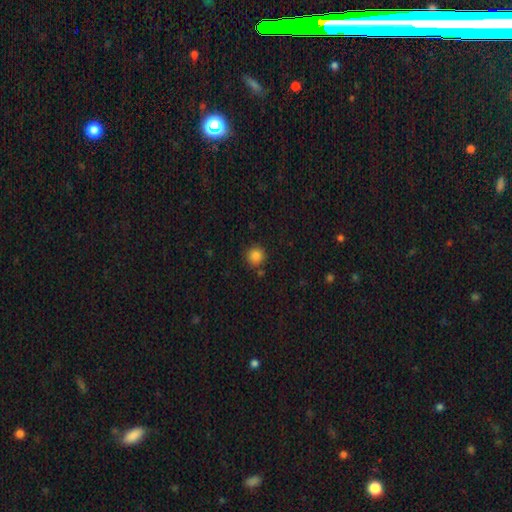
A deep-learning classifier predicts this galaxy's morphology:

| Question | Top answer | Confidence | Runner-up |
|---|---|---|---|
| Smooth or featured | smooth | 85% | star or artifact (11%) |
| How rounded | round | 93% | in between (6%) |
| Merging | none | 84% | minor disturbance (9%) |